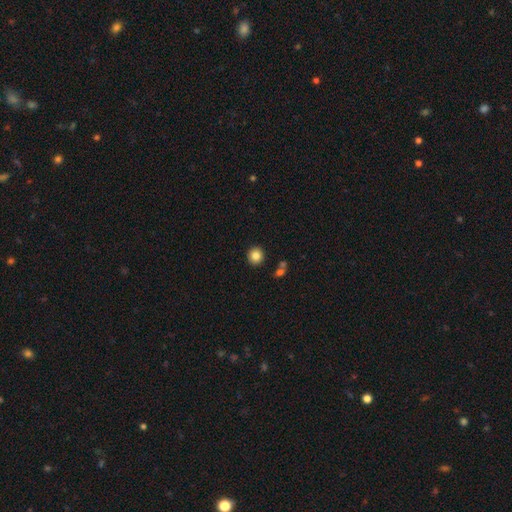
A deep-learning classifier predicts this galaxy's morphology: This is clearly a smooth galaxy (83%). How rounded: clearly round (91%). Merging: clearly none (88%).